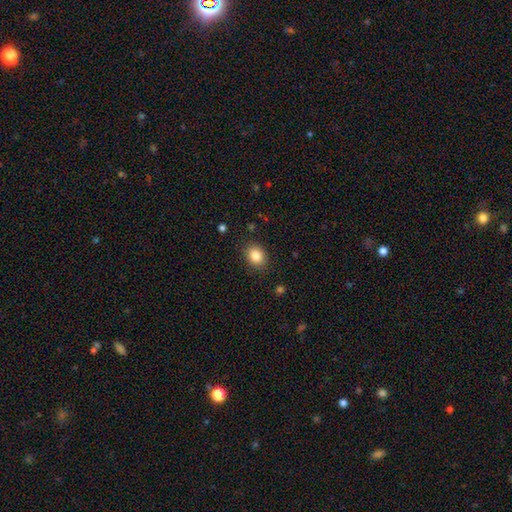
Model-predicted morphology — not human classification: smooth_or_featured: smooth (p=0.85) [alt: star or artifact p=0.09]
how_rounded: in between (p=0.51) [alt: round p=0.48]
merging: none (p=0.86) [alt: minor disturbance p=0.10]